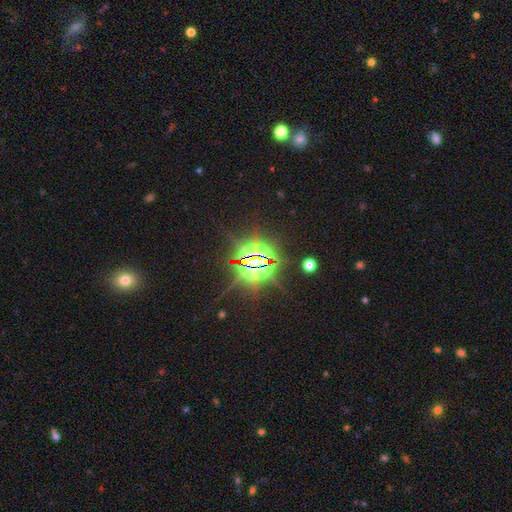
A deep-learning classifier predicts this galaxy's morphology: Smooth or featured? Predicted: star or artifact (p=0.85).